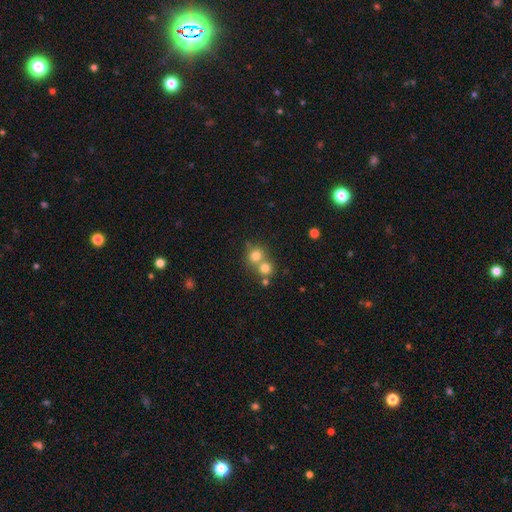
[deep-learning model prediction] A smooth galaxy with no disk features (76%) that is round (86%). Merging: merger (47%).